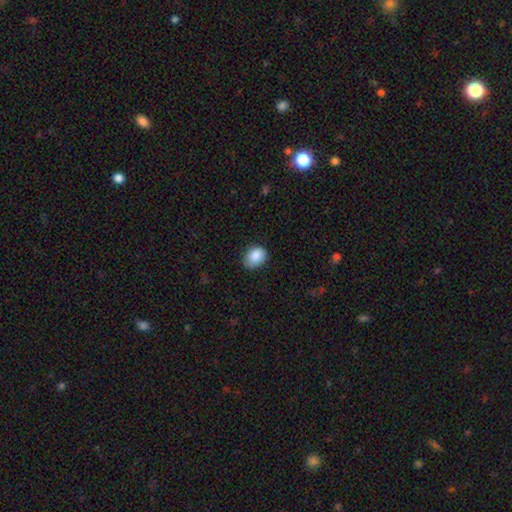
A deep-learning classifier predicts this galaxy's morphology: A smooth galaxy with no disk features (88%) that is in between round and cigar-shaped (66%).

Vote fractions:
- Smooth or featured? smooth: 88% / star or artifact: 8% / featured or disk: 4%
- How rounded? in between: 66% / round: 34% / cigar-shaped: 1%
- Merging? none: 73% / minor disturbance: 22% / major disturbance: 4% / merger: 1%